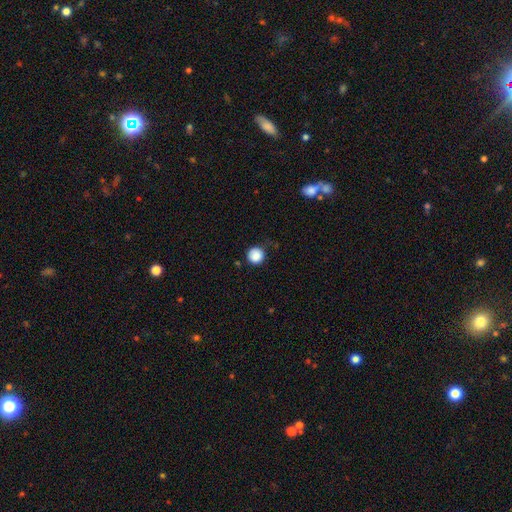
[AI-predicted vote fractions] Smooth or featured? smooth (87%)
How rounded? round (95%)
Merging? none (83%)